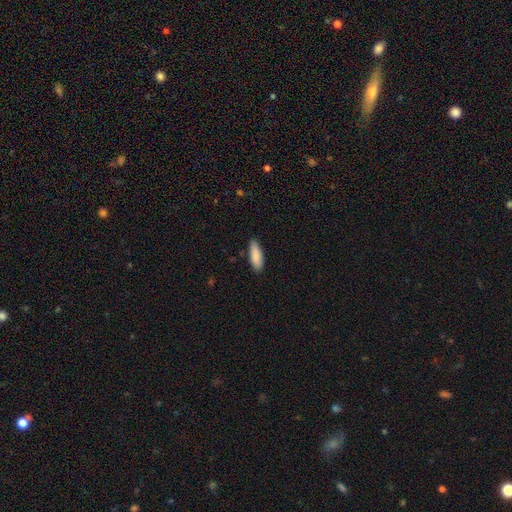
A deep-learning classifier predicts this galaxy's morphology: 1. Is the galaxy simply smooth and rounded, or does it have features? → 88% smooth, 7% featured or disk, 6% star or artifact.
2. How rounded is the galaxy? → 64% in between, 34% cigar-shaped, 2% round.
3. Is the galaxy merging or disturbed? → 83% none, 14% minor disturbance, 2% major disturbance, 1% merger.